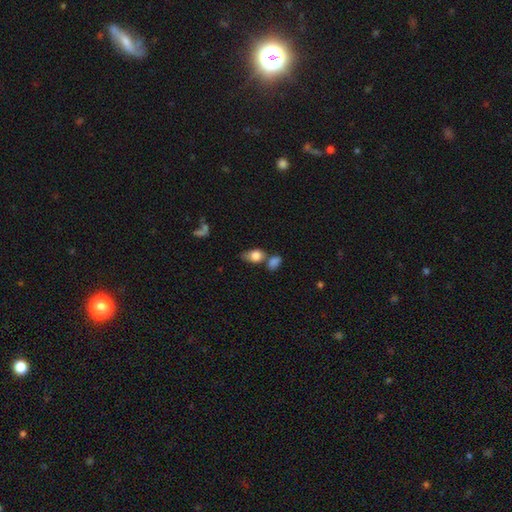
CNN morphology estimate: Smooth or featured?
  - smooth: 80% *
  - featured or disk: 12%
  - star or artifact: 8%
How rounded?
  - in between: 73% *
  - round: 24%
  - cigar-shaped: 3%
Merging?
  - merger: 37% *
  - none: 35%
  - minor disturbance: 19%
  - major disturbance: 10%